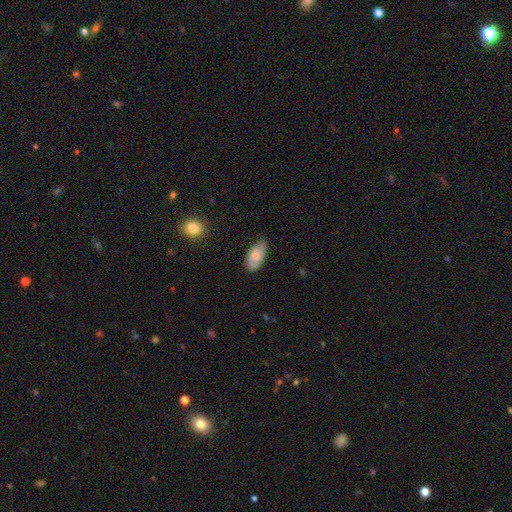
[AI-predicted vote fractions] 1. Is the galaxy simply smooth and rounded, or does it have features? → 72% smooth, 22% featured or disk, 6% star or artifact.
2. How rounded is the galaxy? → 93% in between, 4% cigar-shaped, 3% round.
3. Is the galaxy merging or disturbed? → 66% none, 29% minor disturbance, 4% major disturbance, 1% merger.